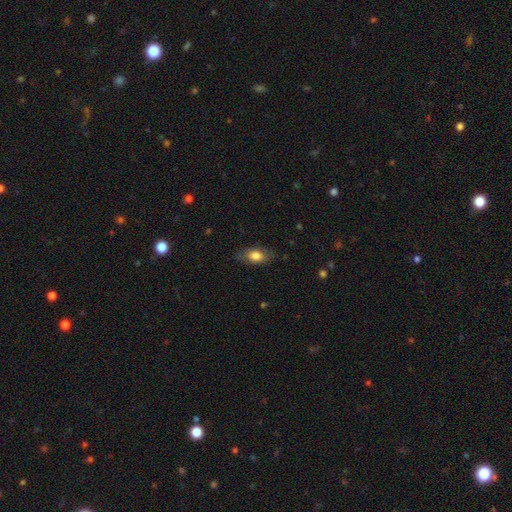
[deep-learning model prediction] The model was most divided on "smooth or featured": smooth: 76%, featured or disk: 17%, star or artifact: 7%. More confident: how rounded — in between (88%); merging — none (79%).